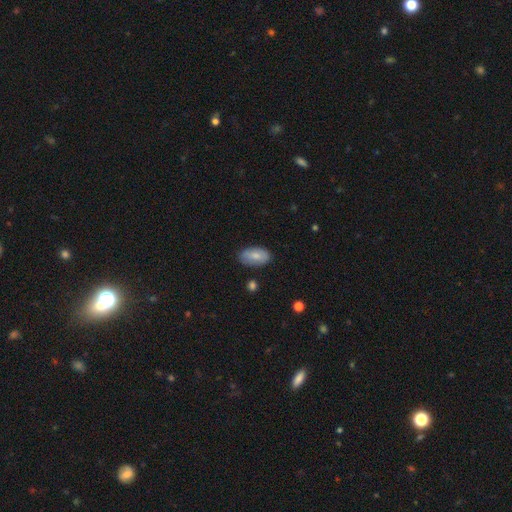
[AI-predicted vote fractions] This is likely a smooth galaxy (74%). How rounded: clearly in between (94%). Merging: likely none (80%).